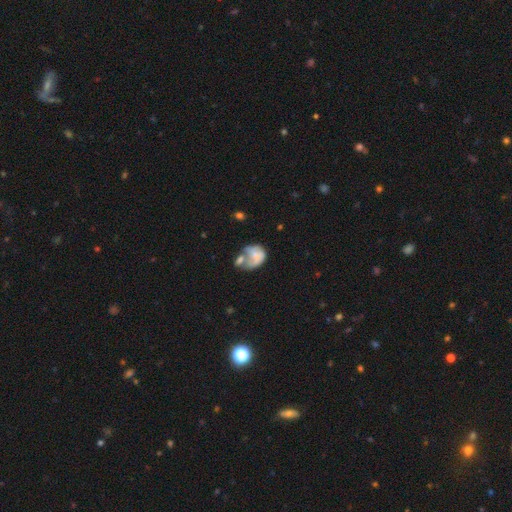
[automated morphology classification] Smooth or featured: smooth — 57% (featured or disk — 35%)
How rounded: in between — 57% (round — 42%)
Merging: merger — 42% (major disturbance — 22%)